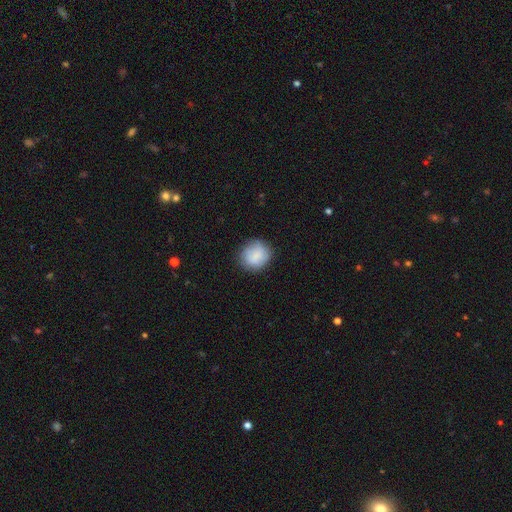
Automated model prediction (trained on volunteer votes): smooth-or-featured: smooth: 84% | featured or disk: 9% | star or artifact: 7%
  how-rounded: round: 84% | in between: 15% | cigar-shaped: 1%
  merging: none: 81% | minor disturbance: 15% | major disturbance: 4% | merger: 1%